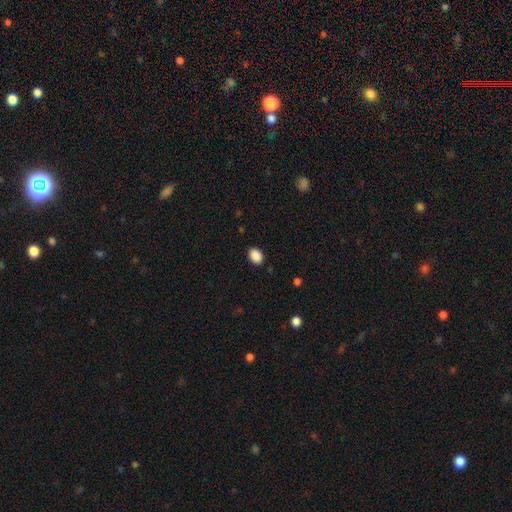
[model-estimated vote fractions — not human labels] Smooth or featured?
  - smooth: 89% *
  - star or artifact: 8%
  - featured or disk: 3%
How rounded?
  - in between: 70% *
  - round: 29%
  - cigar-shaped: 1%
Merging?
  - none: 89% *
  - minor disturbance: 8%
  - major disturbance: 2%
  - merger: 1%